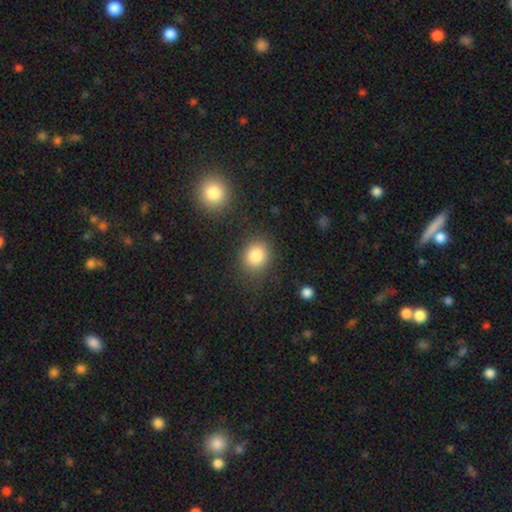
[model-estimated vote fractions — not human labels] A smooth galaxy with no disk features (84%) that is round (64%).

Vote fractions:
- Smooth or featured? smooth: 84% / star or artifact: 10% / featured or disk: 6%
- How rounded? round: 64% / in between: 35% / cigar-shaped: 1%
- Merging? none: 82% / minor disturbance: 11% / major disturbance: 4% / merger: 3%